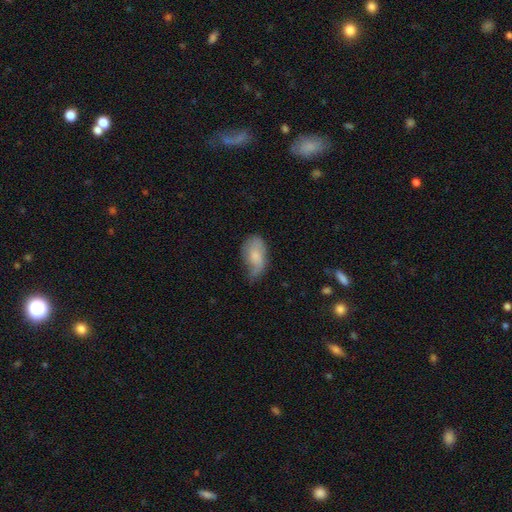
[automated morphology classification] A smooth galaxy with no disk features (65%) that is in between round and cigar-shaped (92%).

Vote fractions:
- Smooth or featured? smooth: 65% / featured or disk: 28% / star or artifact: 7%
- How rounded? in between: 92% / round: 6% / cigar-shaped: 2%
- Merging? minor disturbance: 41% / none: 39% / major disturbance: 17% / merger: 2%